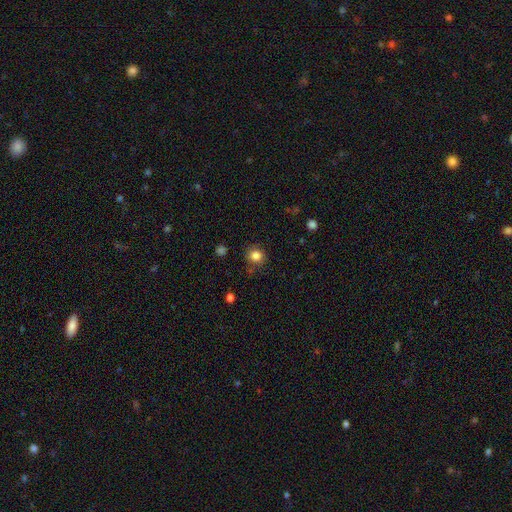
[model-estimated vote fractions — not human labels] The model was most divided on "merging": none: 82%, minor disturbance: 12%, major disturbance: 3%, merger: 3%. More confident: how rounded — round (87%); smooth or featured — smooth (83%).